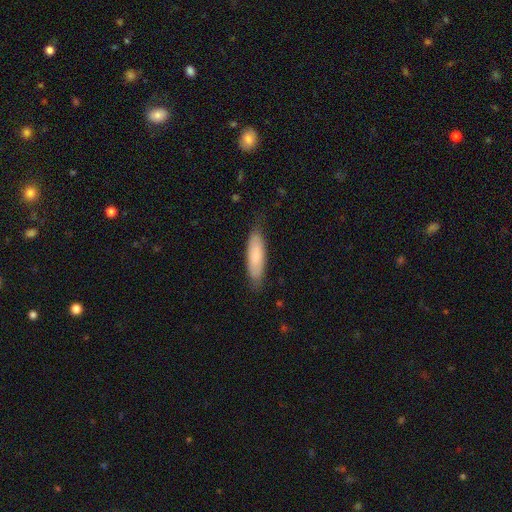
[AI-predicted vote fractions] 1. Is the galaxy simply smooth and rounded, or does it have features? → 76% smooth, 18% featured or disk, 6% star or artifact.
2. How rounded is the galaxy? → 53% cigar-shaped, 45% in between, 1% round.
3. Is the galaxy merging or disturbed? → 77% none, 18% minor disturbance, 4% major disturbance, 1% merger.